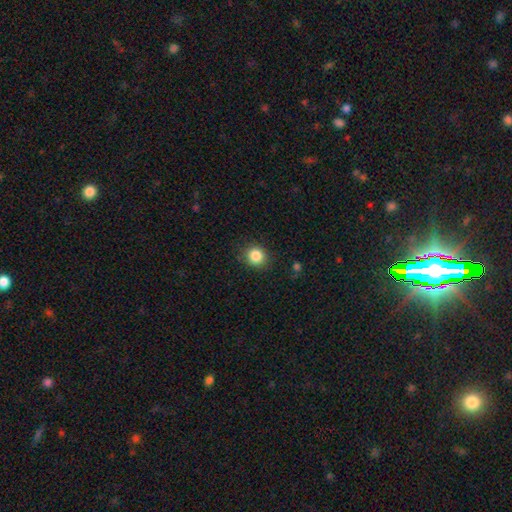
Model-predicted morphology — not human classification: This is clearly a smooth galaxy (85%). How rounded: clearly round (87%). Merging: clearly none (87%).